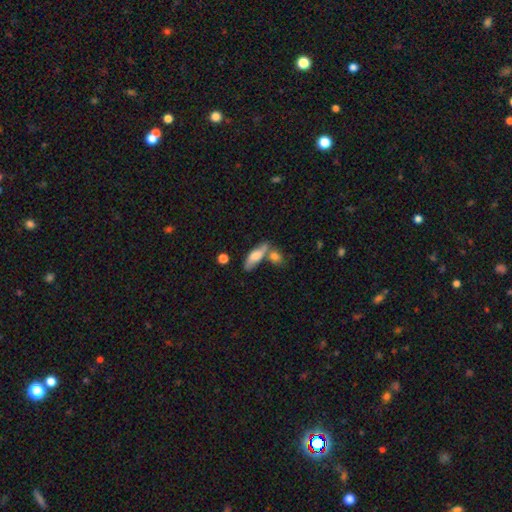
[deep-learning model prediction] Q: Smooth or featured?
A: smooth (61%); runner-up: featured or disk (32%)
Q: How rounded?
A: in between (61%); runner-up: cigar-shaped (35%)
Q: Merging?
A: none (48%); runner-up: merger (30%)